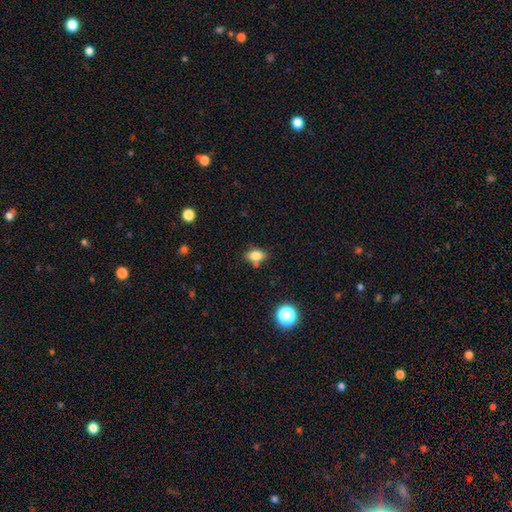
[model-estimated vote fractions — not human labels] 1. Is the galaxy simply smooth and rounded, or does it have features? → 80% smooth, 11% star or artifact, 9% featured or disk.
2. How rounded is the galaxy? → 77% in between, 19% round, 3% cigar-shaped.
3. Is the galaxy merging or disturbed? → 68% none, 19% minor disturbance, 10% merger, 4% major disturbance.